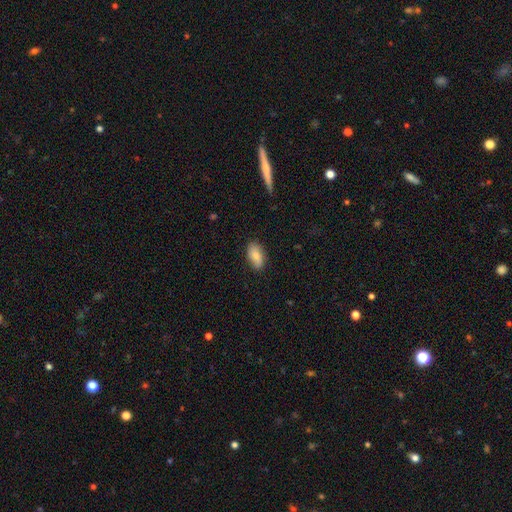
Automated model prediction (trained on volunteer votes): This is clearly a smooth galaxy (83%). How rounded: clearly in between (92%). Merging: clearly none (84%).